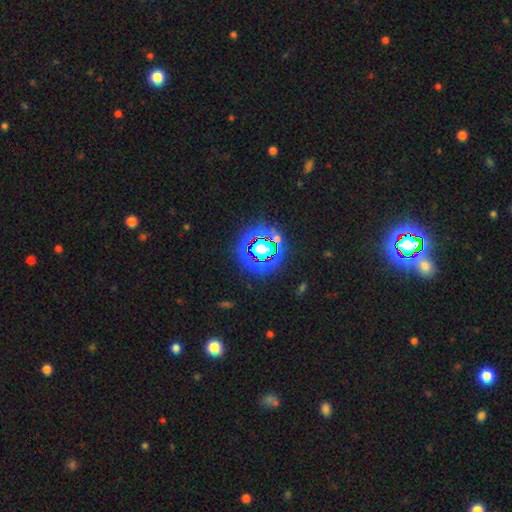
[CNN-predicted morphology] Smooth or featured?
  - star or artifact: 75% *
  - smooth: 16%
  - featured or disk: 9%